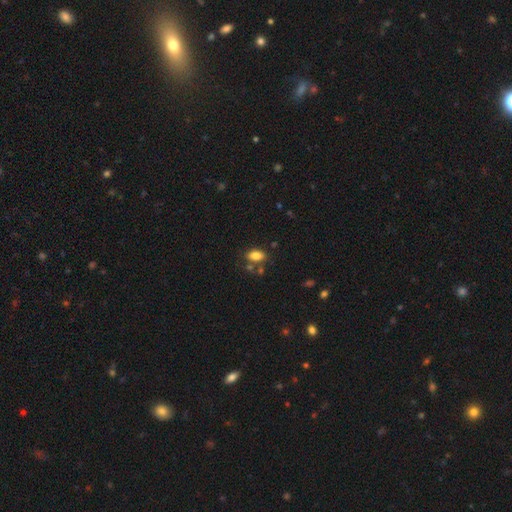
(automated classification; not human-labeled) Q: Smooth or featured?
A: smooth (84%); runner-up: star or artifact (10%)
Q: How rounded?
A: in between (91%); runner-up: round (6%)
Q: Merging?
A: none (71%); runner-up: minor disturbance (14%)